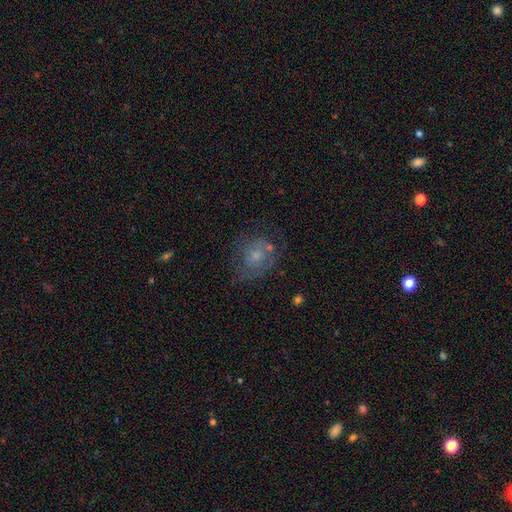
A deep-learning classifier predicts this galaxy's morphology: type=featured or disk (45%); merging=none (54%).